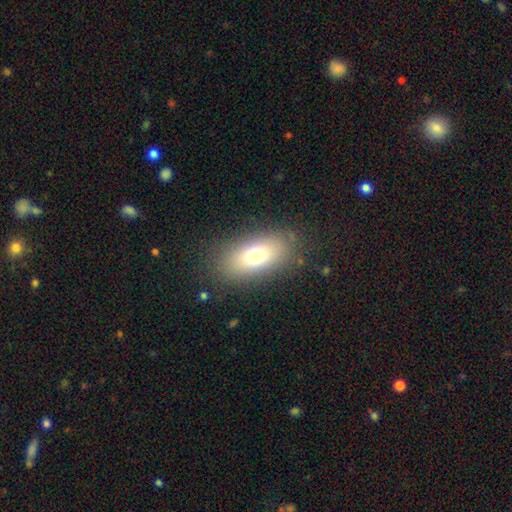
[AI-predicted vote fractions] A smooth galaxy with no disk features (74%) that is in between round and cigar-shaped (87%).

Vote fractions:
- Smooth or featured? smooth: 74% / featured or disk: 16% / star or artifact: 10%
- How rounded? in between: 87% / cigar-shaped: 7% / round: 6%
- Merging? none: 84% / minor disturbance: 11% / major disturbance: 4% / merger: 1%